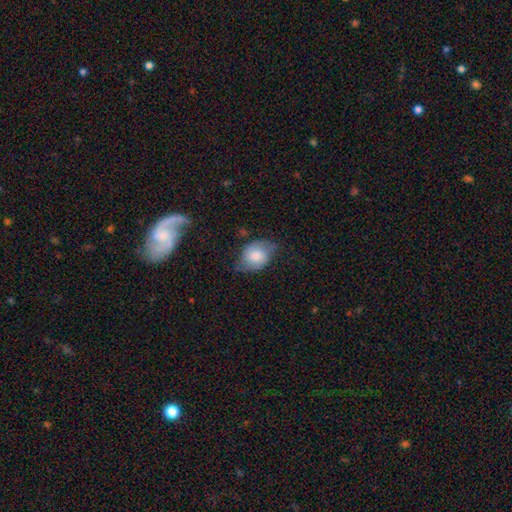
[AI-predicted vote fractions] A smooth galaxy with no disk features (55%) that is in between round and cigar-shaped (63%). Merging: none (49%).